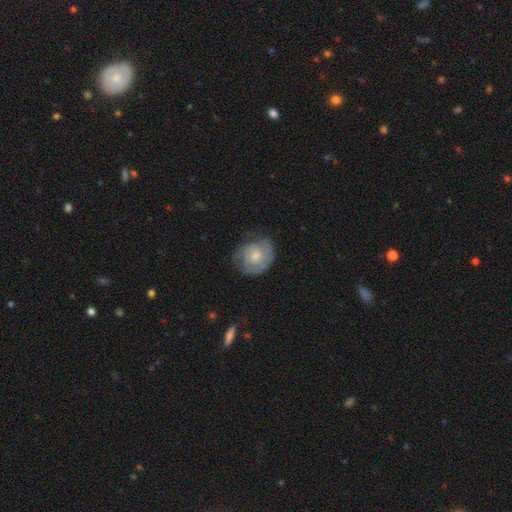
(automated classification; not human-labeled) A featured or disk galaxy (55%) with no bar (81%), spiral arms (78%) and a moderate central bulge (46%).

Vote fractions:
- Smooth or featured? featured or disk: 55% / smooth: 39% / star or artifact: 6%
- Edge-on disk? no: 98% / yes: 2%
- Bar? no: 81% / weak: 17% / strong: 2%
- Spiral arms? yes: 78% / no: 22%
- Bulge size? moderate: 46% / small: 39% / large: 7% / none: 6% / dominant: 1%
- Merging? none: 61% / minor disturbance: 26% / major disturbance: 11% / merger: 1%